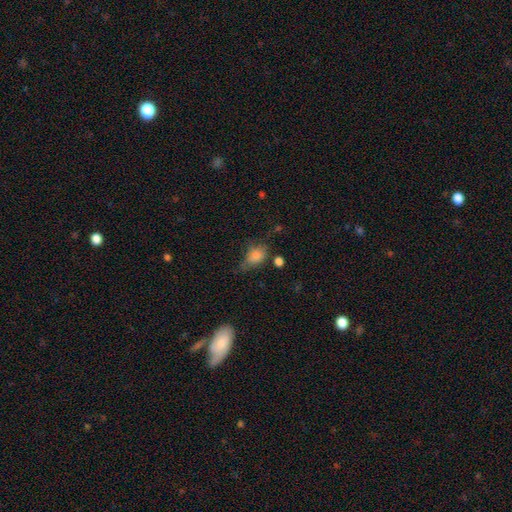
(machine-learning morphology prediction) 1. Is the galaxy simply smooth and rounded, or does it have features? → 80% smooth, 10% star or artifact, 10% featured or disk.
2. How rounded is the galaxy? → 72% in between, 25% round, 2% cigar-shaped.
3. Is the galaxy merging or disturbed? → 39% none, 36% minor disturbance, 19% major disturbance, 6% merger.